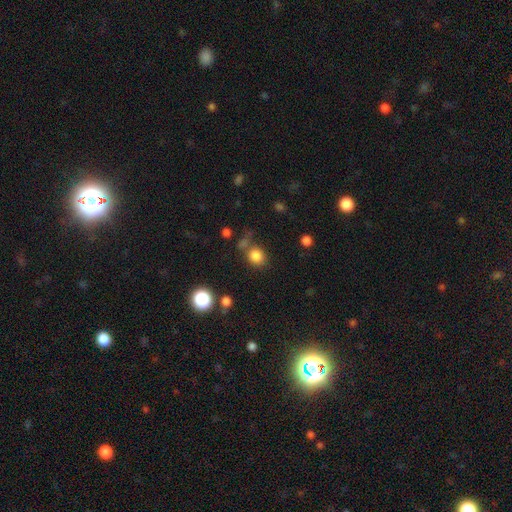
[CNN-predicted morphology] Smooth or featured: smooth — 82% (star or artifact — 13%)
How rounded: round — 76% (in between — 23%)
Merging: none — 68% (minor disturbance — 14%)